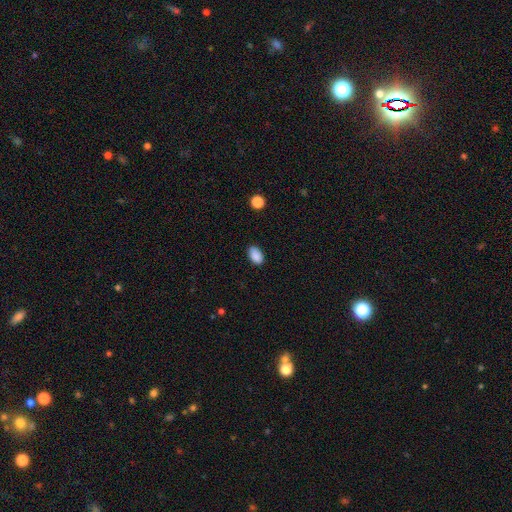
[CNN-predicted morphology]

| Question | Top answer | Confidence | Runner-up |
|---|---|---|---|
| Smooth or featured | smooth | 89% | star or artifact (8%) |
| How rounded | in between | 91% | round (7%) |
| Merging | none | 85% | minor disturbance (11%) |